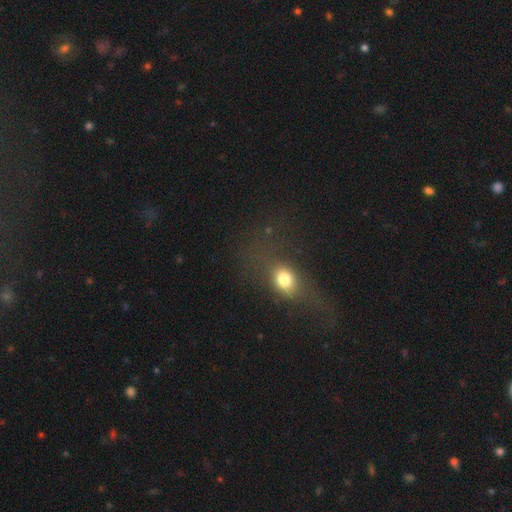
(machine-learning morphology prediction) smooth_or_featured: smooth (p=0.36) [alt: featured or disk p=0.33]
merging: major disturbance (p=0.45) [alt: none p=0.31]